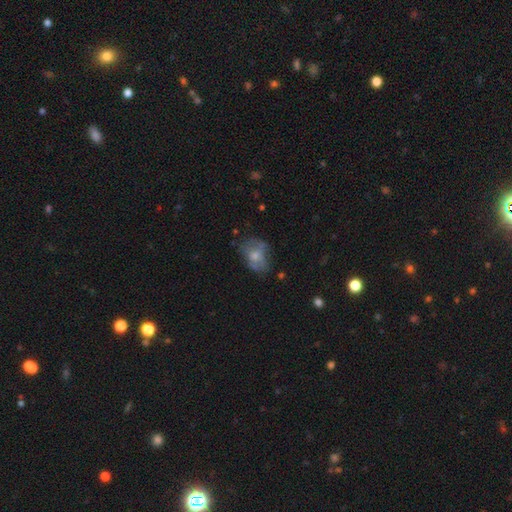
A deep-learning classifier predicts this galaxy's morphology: Smooth or featured: smooth — 55% (featured or disk — 35%)
How rounded: in between — 72% (round — 26%)
Merging: none — 45% (minor disturbance — 29%)